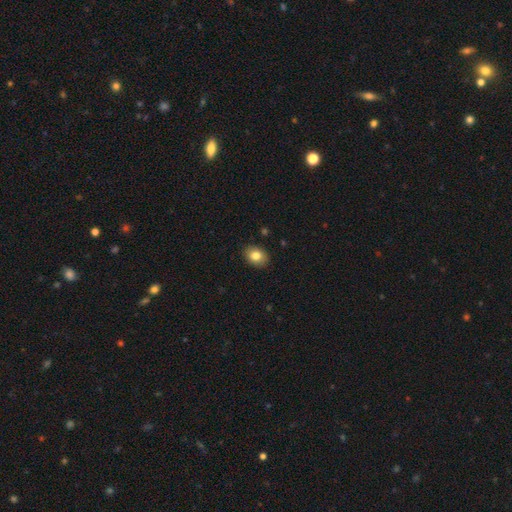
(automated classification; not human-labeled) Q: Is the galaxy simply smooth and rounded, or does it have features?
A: smooth — 82%.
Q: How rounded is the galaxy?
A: in between — 63%.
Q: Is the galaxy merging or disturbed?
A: none — 89%.